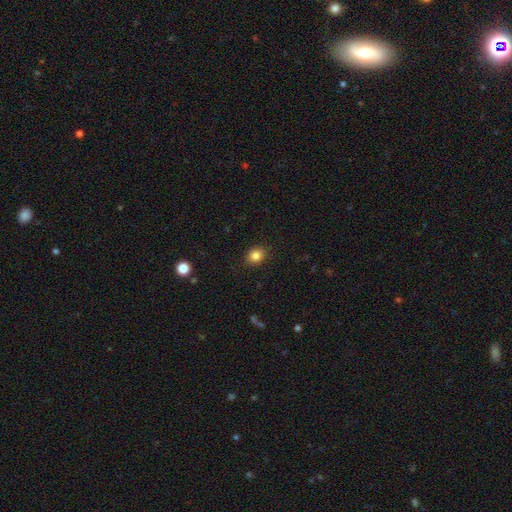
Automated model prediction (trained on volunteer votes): A smooth galaxy with no disk features (84%) that is round (60%).

Vote fractions:
- Smooth or featured? smooth: 84% / star or artifact: 11% / featured or disk: 5%
- How rounded? round: 60% / in between: 39% / cigar-shaped: 1%
- Merging? none: 89% / minor disturbance: 8% / major disturbance: 2% / merger: 1%